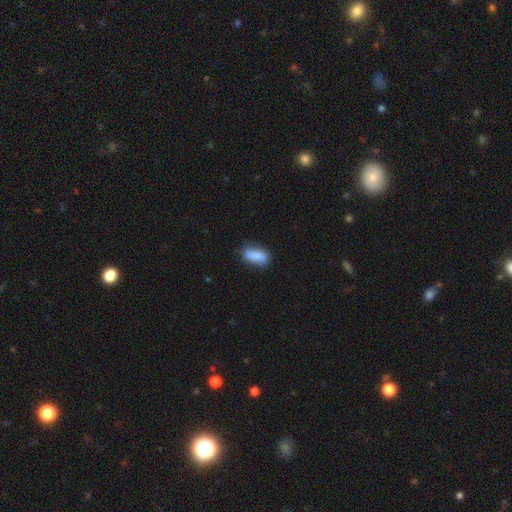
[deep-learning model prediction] A smooth galaxy with no disk features (83%) that is in between round and cigar-shaped (79%). Merging: none (71%).